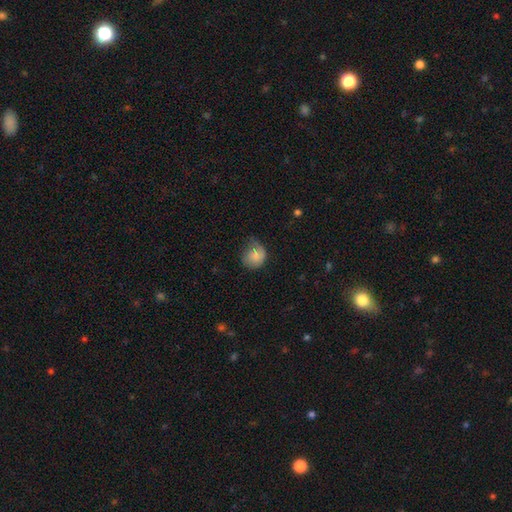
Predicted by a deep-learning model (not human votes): Q: Smooth or featured?
A: smooth (74%); runner-up: featured or disk (19%)
Q: How rounded?
A: round (70%); runner-up: in between (29%)
Q: Merging?
A: none (41%); runner-up: minor disturbance (37%)